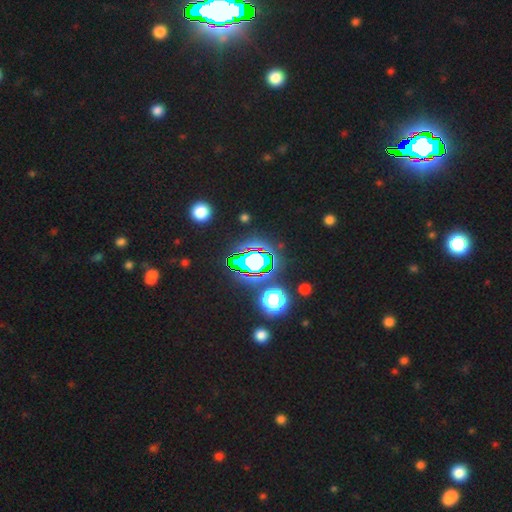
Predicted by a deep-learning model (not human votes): A star or artifact, not a galaxy (68%).